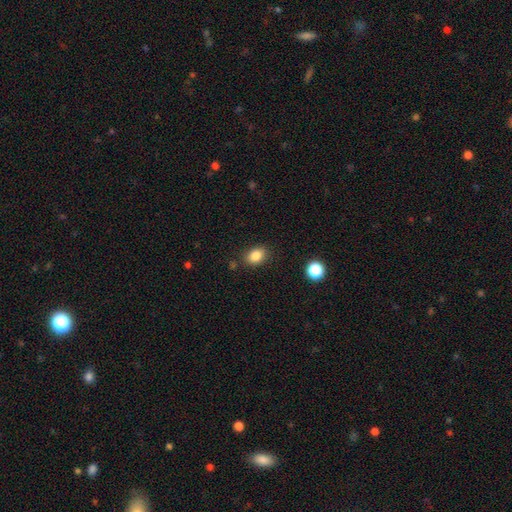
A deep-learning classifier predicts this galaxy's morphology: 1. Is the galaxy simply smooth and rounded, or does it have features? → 85% smooth, 10% star or artifact, 5% featured or disk.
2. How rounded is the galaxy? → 72% in between, 27% round, 1% cigar-shaped.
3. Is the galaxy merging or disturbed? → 83% none, 11% minor disturbance, 3% major disturbance, 3% merger.